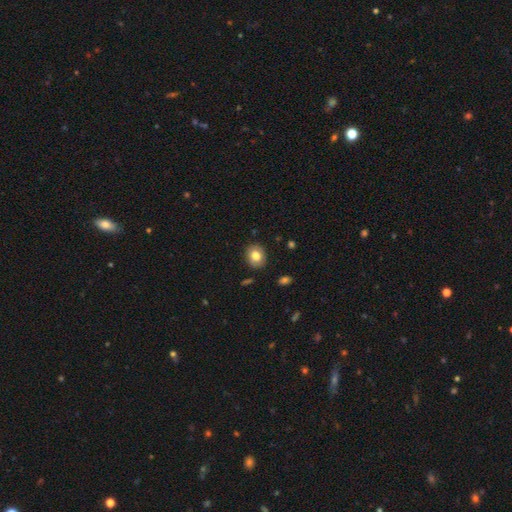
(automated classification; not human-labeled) Smooth or featured: smooth — 80% (featured or disk — 11%)
How rounded: round — 60% (in between — 39%)
Merging: none — 88% (minor disturbance — 9%)